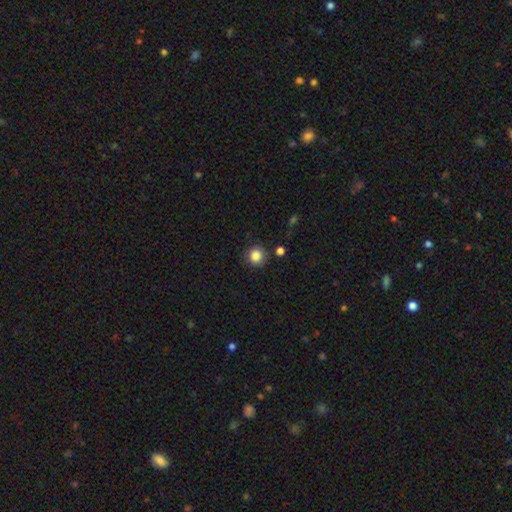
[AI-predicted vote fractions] A smooth galaxy with no disk features (85%) that is round (92%).

Vote fractions:
- Smooth or featured? smooth: 85% / star or artifact: 10% / featured or disk: 4%
- How rounded? round: 92% / in between: 8% / cigar-shaped: 1%
- Merging? none: 85% / minor disturbance: 9% / merger: 4% / major disturbance: 3%